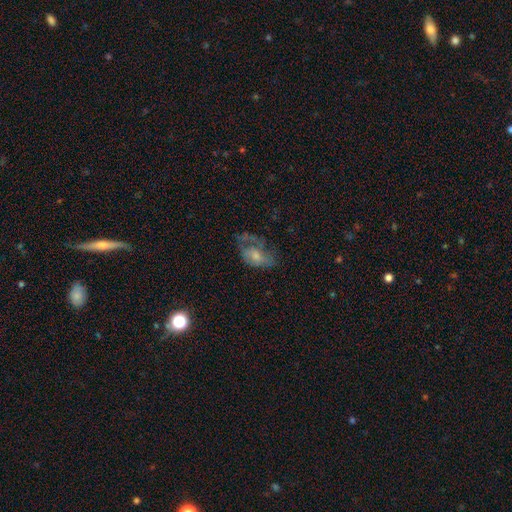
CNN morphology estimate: featured or disk 46%, smooth 45%, star or artifact 9%. Down the decision tree: merging — major disturbance (44%).